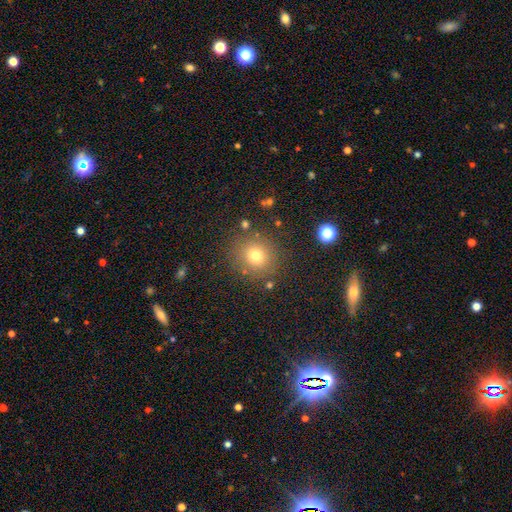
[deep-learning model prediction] Smooth or featured: smooth — 73% (star or artifact — 16%)
How rounded: round — 88% (in between — 11%)
Merging: none — 84% (minor disturbance — 9%)